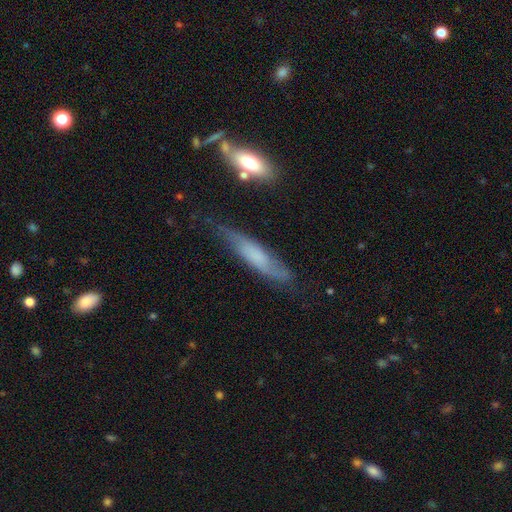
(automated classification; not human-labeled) The model was most divided on "smooth or featured": featured or disk: 50%, smooth: 42%, star or artifact: 8%. More confident: merging — none (62%).